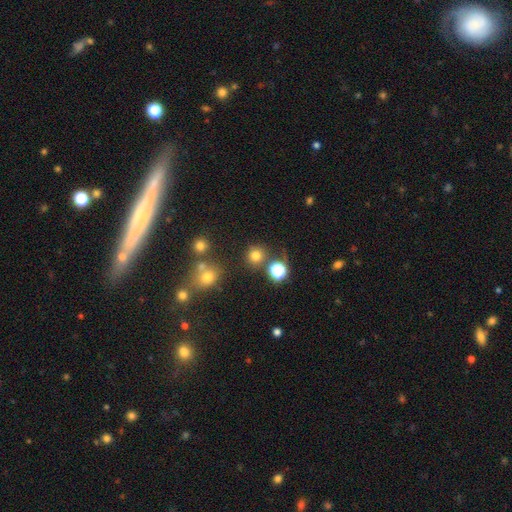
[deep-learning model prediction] Q: Smooth or featured?
A: smooth (75%); runner-up: star or artifact (19%)
Q: How rounded?
A: round (91%); runner-up: in between (8%)
Q: Merging?
A: none (80%); runner-up: minor disturbance (9%)